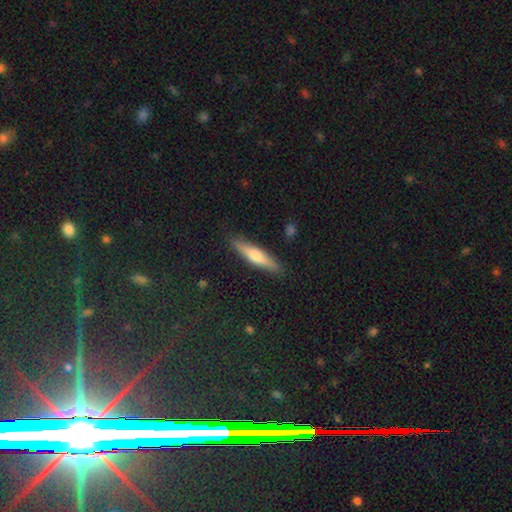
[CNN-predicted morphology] This appears to be a smooth galaxy with no disk features (54%) that is cigar-shaped (85%). Merging: none (88%).